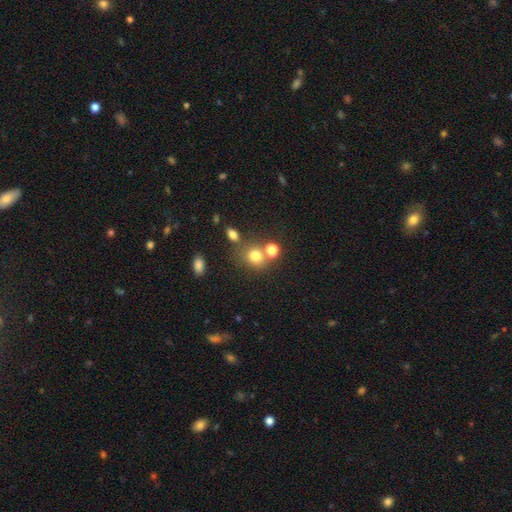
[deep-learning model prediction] Smooth or featured?
  - smooth: 75% *
  - star or artifact: 15%
  - featured or disk: 10%
How rounded?
  - round: 75% *
  - in between: 24%
  - cigar-shaped: 1%
Merging?
  - none: 57% *
  - merger: 26%
  - minor disturbance: 11%
  - major disturbance: 5%